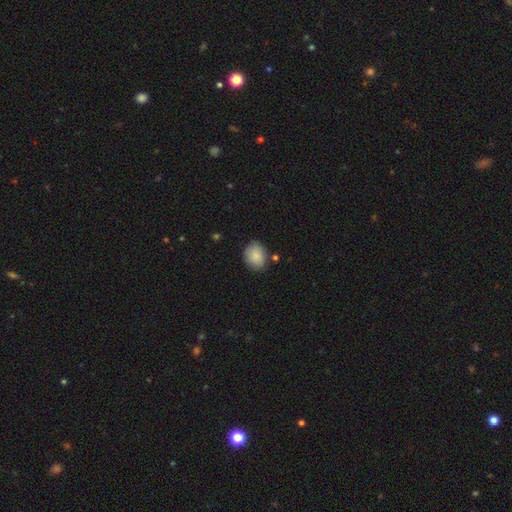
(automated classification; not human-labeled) This is clearly a smooth galaxy (87%). How rounded: possibly in between (50%). Merging: clearly none (81%).